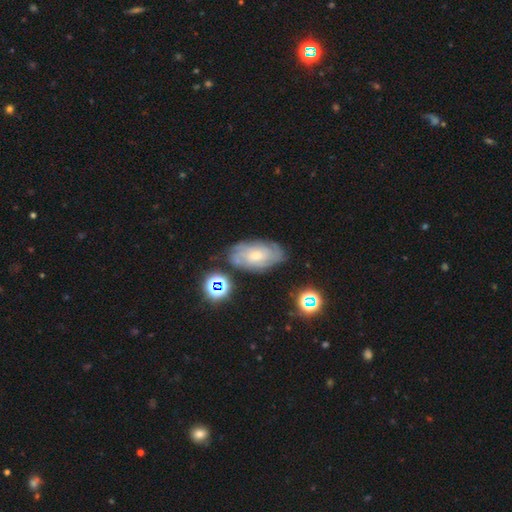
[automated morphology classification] A featured or disk galaxy (67%) with no bar (67%), tight (64%) spiral arms (87%) and a small central bulge (50%). Merging: none (72%).